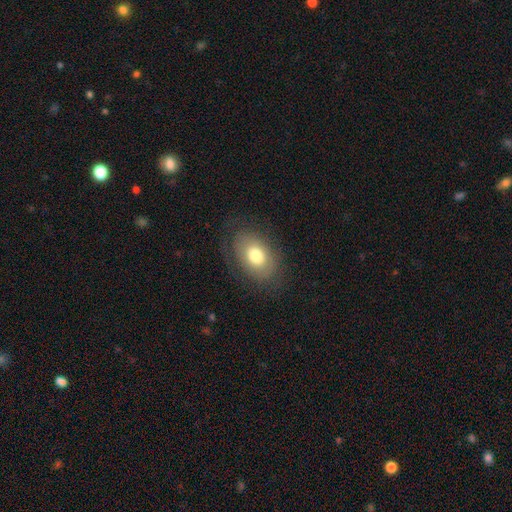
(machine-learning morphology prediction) Smooth or featured? smooth (69%)
How rounded? in between (84%)
Merging? none (77%)